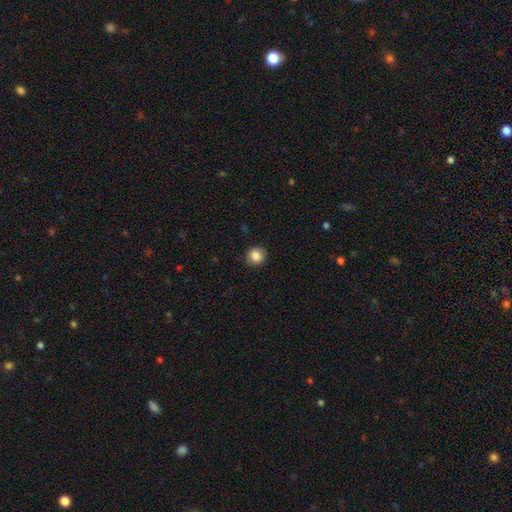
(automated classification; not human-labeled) The model was most divided on "how rounded": round: 80%, in between: 19%, cigar-shaped: 1%. More confident: merging — none (88%); smooth or featured — smooth (86%).